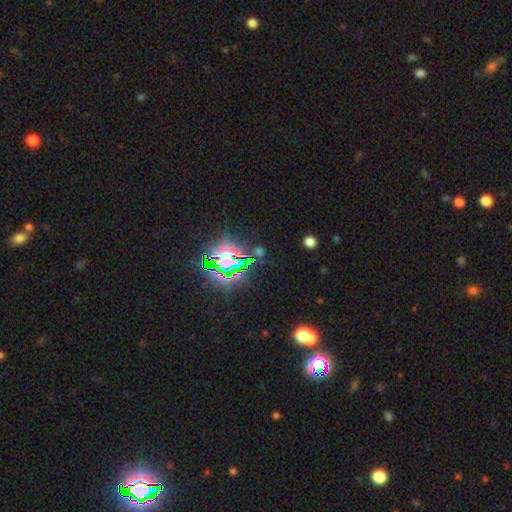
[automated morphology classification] A star or artifact, not a galaxy (78%).